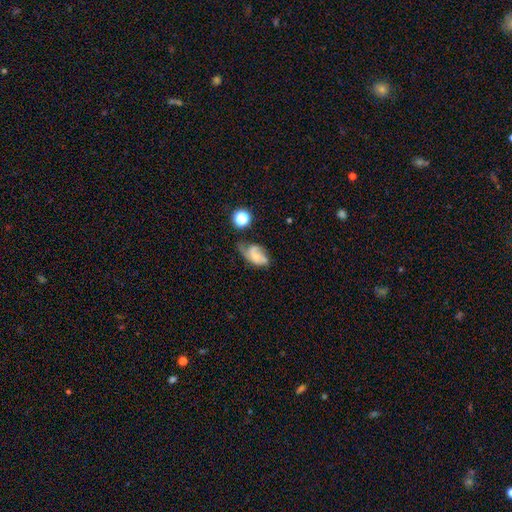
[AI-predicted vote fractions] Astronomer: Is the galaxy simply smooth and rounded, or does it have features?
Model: featured or disk — 51% (runner-up: smooth, 38%).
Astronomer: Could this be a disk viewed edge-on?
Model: no — 95%.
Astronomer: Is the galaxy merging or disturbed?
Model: none — 36% (runner-up: minor disturbance, 31%).